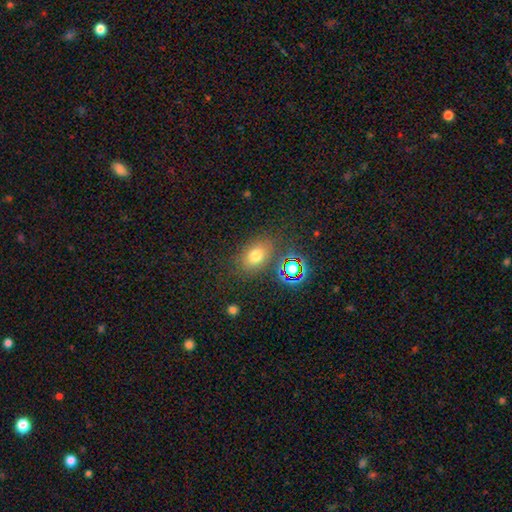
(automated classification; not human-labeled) smooth 68%, star or artifact 20%, featured or disk 12%. Down the decision tree: how rounded — in between (70%); merging — none (76%).